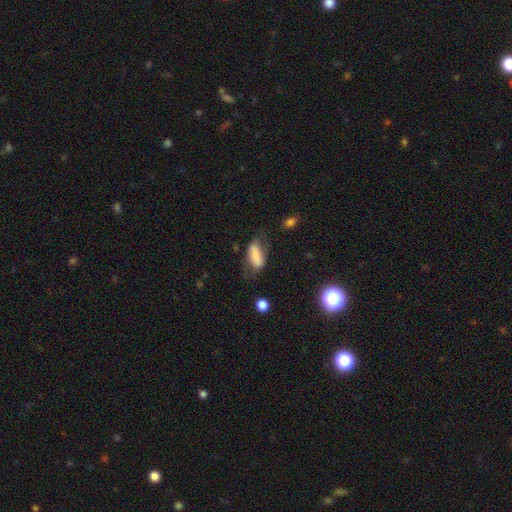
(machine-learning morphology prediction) Smooth or featured: smooth — 75% (featured or disk — 16%)
How rounded: in between — 81% (cigar-shaped — 16%)
Merging: none — 46% (minor disturbance — 30%)